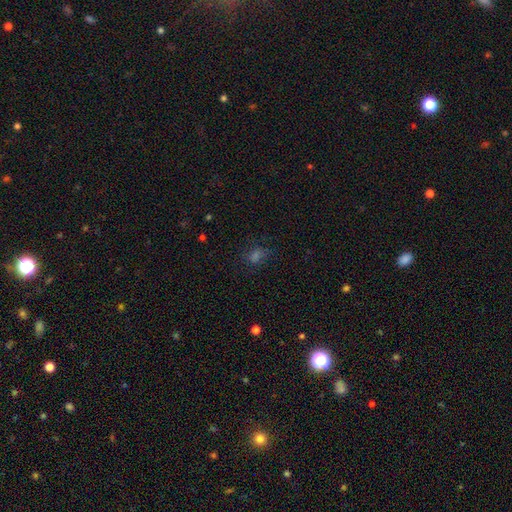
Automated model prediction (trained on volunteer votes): smooth-or-featured: smooth: 51% | star or artifact: 35% | featured or disk: 14%
  how-rounded: in between: 64% | round: 33% | cigar-shaped: 3%
  merging: none: 65% | minor disturbance: 19% | major disturbance: 14% | merger: 3%